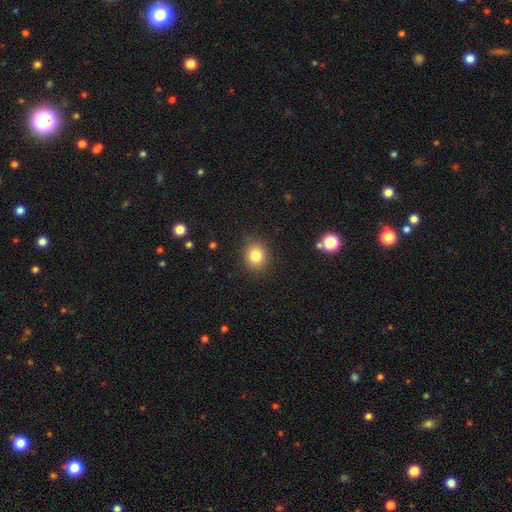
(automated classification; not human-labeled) This is clearly a smooth galaxy (83%). How rounded: likely round (71%). Merging: clearly none (87%).